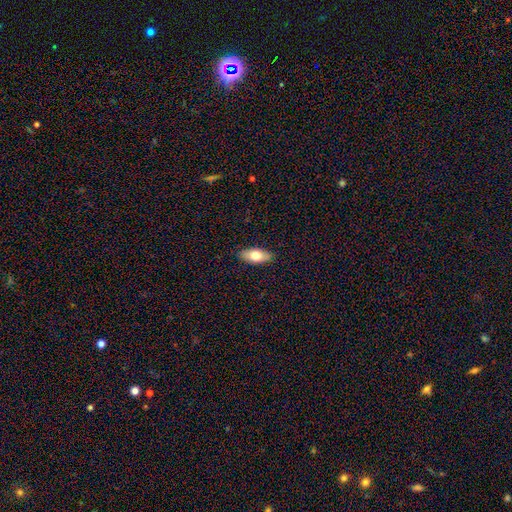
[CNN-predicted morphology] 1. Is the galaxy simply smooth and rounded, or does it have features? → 72% smooth, 22% featured or disk, 6% star or artifact.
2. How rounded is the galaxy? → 86% in between, 11% cigar-shaped, 3% round.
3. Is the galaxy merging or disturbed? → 88% none, 9% minor disturbance, 2% major disturbance, 1% merger.